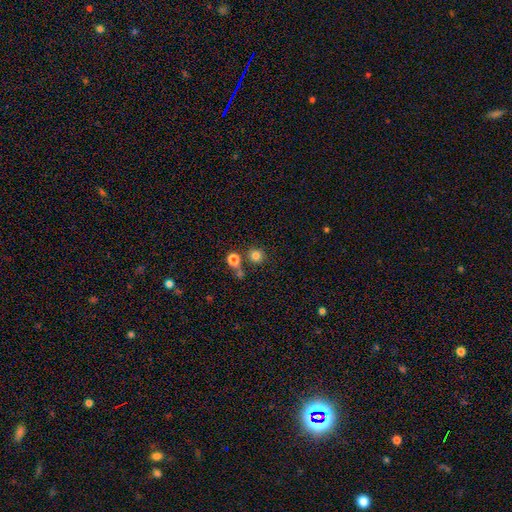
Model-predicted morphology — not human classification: This is likely a smooth galaxy (80%). How rounded: clearly round (91%). Merging: likely none (73%).